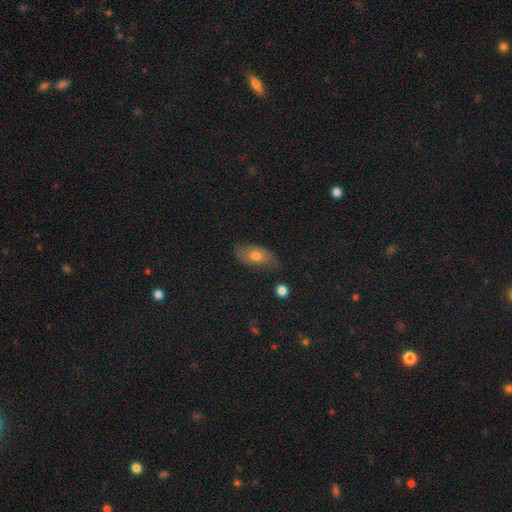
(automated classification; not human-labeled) Smooth or featured?
  - smooth: 59% *
  - featured or disk: 30%
  - star or artifact: 11%
How rounded?
  - in between: 87% *
  - round: 8%
  - cigar-shaped: 5%
Merging?
  - none: 72% *
  - minor disturbance: 21%
  - major disturbance: 5%
  - merger: 2%